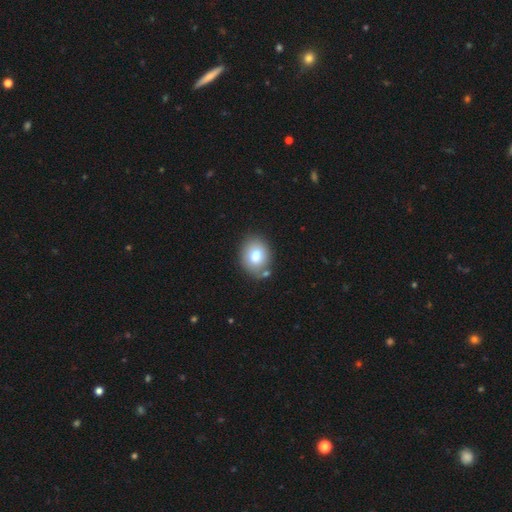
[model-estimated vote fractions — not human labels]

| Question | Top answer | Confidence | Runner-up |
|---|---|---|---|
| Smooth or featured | smooth | 78% | featured or disk (14%) |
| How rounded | in between | 60% | round (39%) |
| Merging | none | 74% | minor disturbance (14%) |